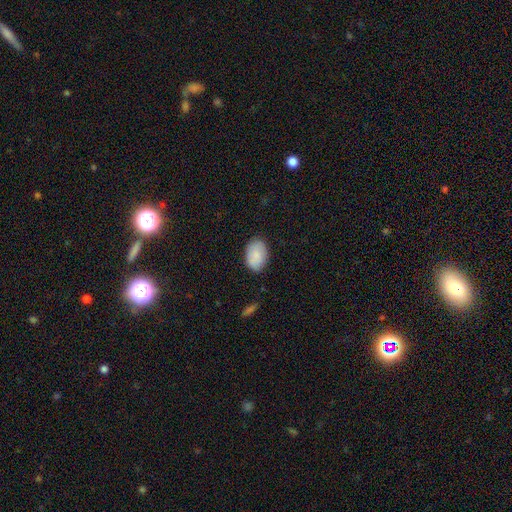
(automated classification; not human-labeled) Smooth or featured? Predicted: smooth (p=0.87). How rounded? Predicted: in between (p=0.85). Merging? Predicted: none (p=0.83).